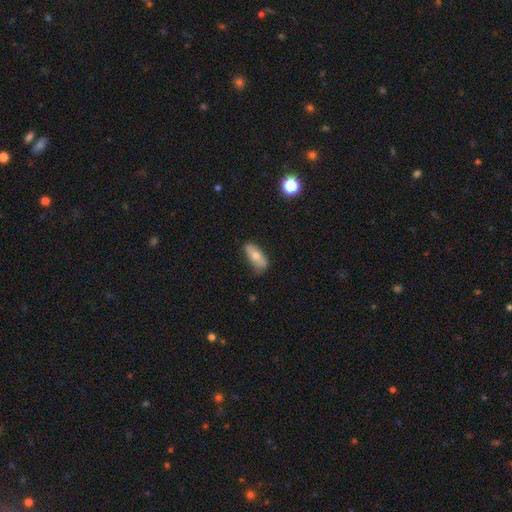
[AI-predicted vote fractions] Smooth or featured: smooth — 64% (featured or disk — 29%)
How rounded: in between — 74% (cigar-shaped — 23%)
Merging: none — 68% (minor disturbance — 25%)